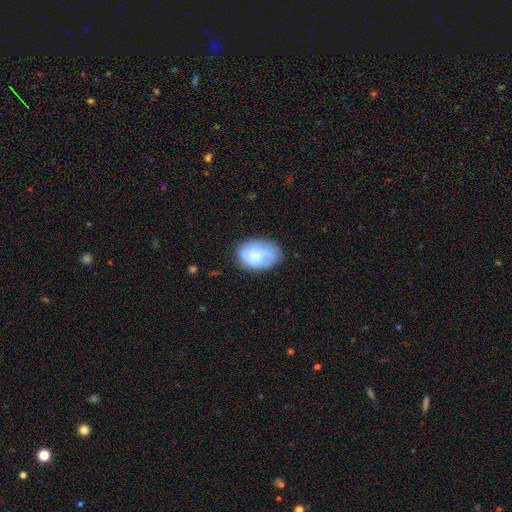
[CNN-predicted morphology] This is possibly a smooth galaxy (47%). Merging: likely none (68%).